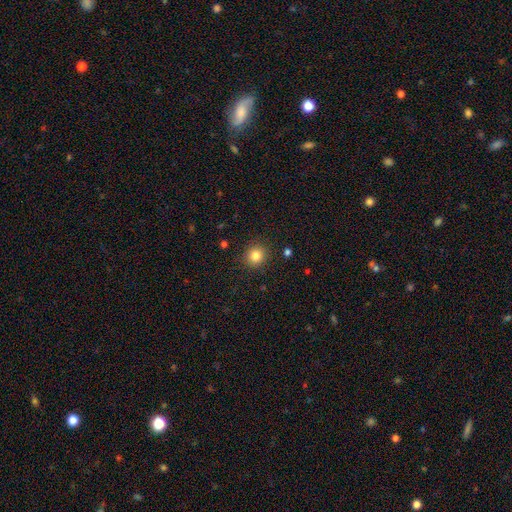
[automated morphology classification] This is clearly a smooth galaxy (83%). How rounded: clearly round (90%). Merging: clearly none (90%).